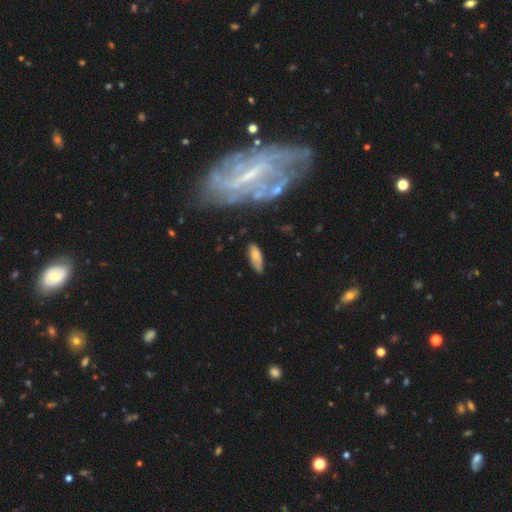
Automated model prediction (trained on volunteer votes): Overall: smooth (68%). How rounded: in between (69%). Merging: none (67%).